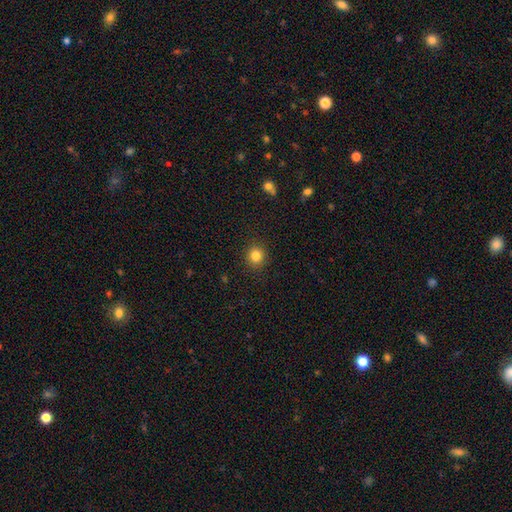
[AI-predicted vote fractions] A smooth galaxy with no disk features (83%) that is round (88%).

Vote fractions:
- Smooth or featured? smooth: 83% / star or artifact: 11% / featured or disk: 5%
- How rounded? round: 88% / in between: 11% / cigar-shaped: 1%
- Merging? none: 91% / minor disturbance: 6% / major disturbance: 2% / merger: 1%